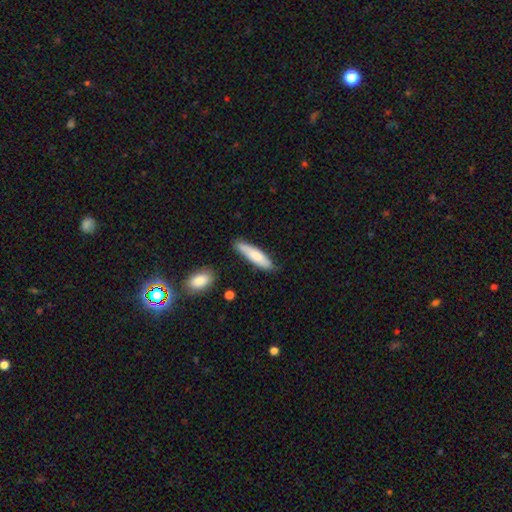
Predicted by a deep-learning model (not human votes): Smooth or featured: smooth — 78% (featured or disk — 16%)
How rounded: cigar-shaped — 75% (in between — 24%)
Merging: none — 77% (minor disturbance — 17%)